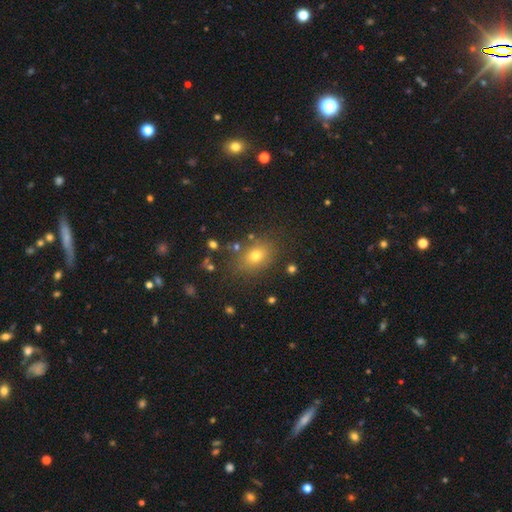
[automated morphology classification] This is likely a smooth galaxy (72%). How rounded: likely in between (66%). Merging: clearly none (80%).